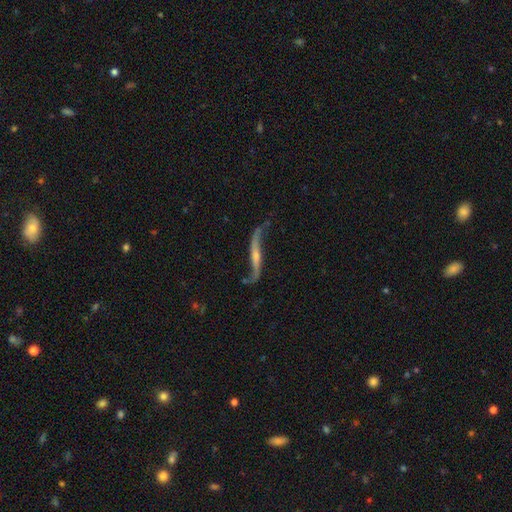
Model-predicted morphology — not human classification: A featured or disk galaxy (84%) with no bar (42%), spiral arms (93%) and a small central bulge (52%). Merging: none (62%).